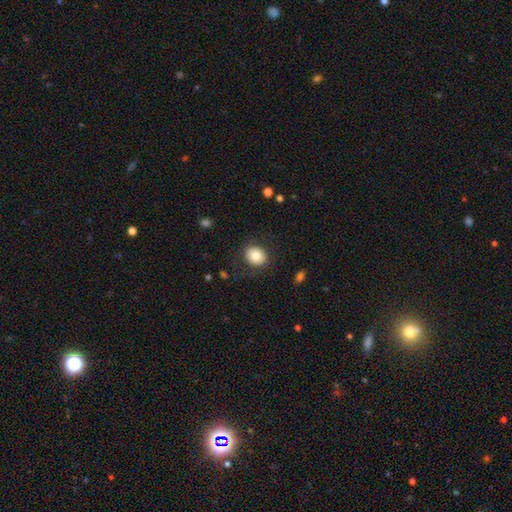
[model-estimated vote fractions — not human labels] A smooth galaxy with no disk features (80%) that is round (70%). Merging: none (84%).